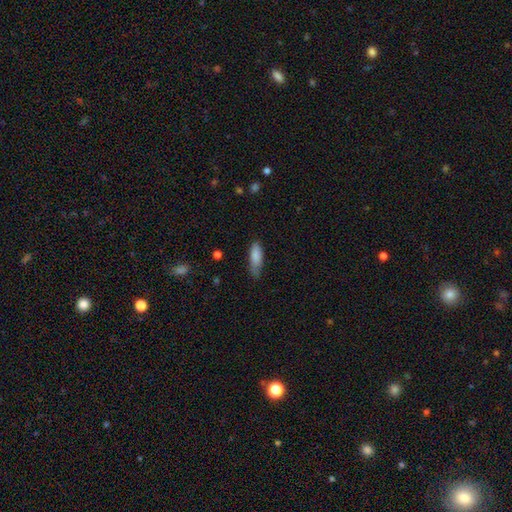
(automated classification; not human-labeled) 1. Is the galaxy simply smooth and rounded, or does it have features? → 84% smooth, 9% featured or disk, 7% star or artifact.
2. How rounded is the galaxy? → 57% in between, 41% cigar-shaped, 2% round.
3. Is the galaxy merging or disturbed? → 55% none, 35% minor disturbance, 8% major disturbance, 2% merger.